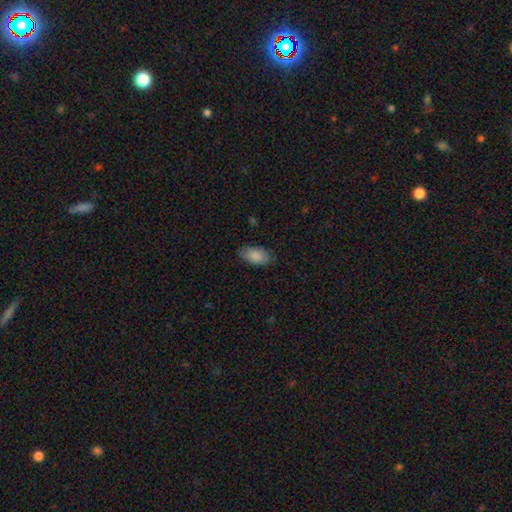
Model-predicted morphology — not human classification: A smooth galaxy with no disk features (87%) that is in between round and cigar-shaped (94%). Merging: none (81%).